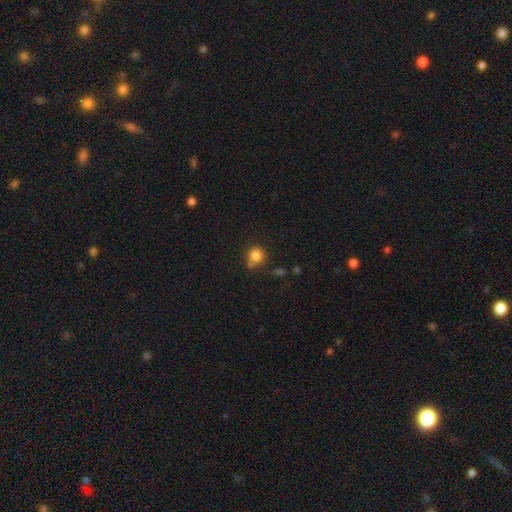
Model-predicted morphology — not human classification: A smooth galaxy with no disk features (83%) that is round (86%). Merging: none (65%).